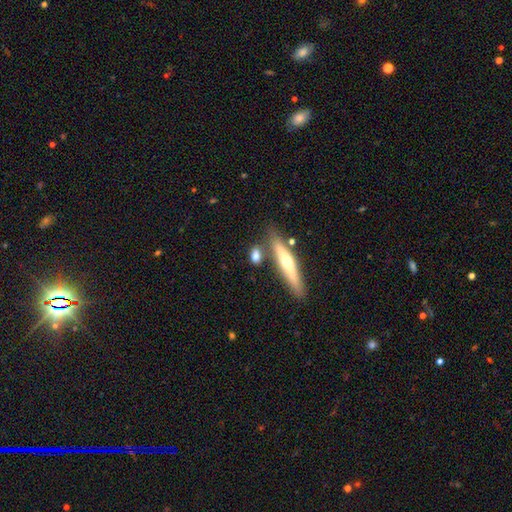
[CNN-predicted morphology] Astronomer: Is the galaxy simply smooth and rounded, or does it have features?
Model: smooth — 63%.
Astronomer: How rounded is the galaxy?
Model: cigar-shaped — 44% (runner-up: in between, 43%).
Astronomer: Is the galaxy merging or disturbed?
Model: none — 66%.